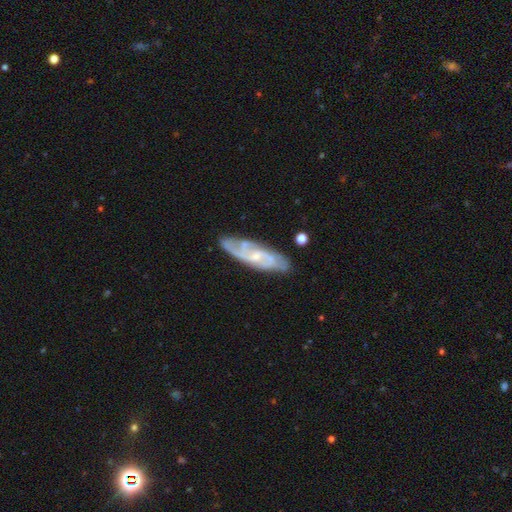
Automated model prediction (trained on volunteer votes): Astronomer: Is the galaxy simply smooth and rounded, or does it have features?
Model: featured or disk — 80%.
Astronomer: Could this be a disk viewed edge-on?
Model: no — 83%.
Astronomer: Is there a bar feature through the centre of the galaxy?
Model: no — 50% (runner-up: weak, 40%).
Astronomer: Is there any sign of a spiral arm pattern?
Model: yes — 94%.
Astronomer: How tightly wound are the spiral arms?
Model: medium — 43%, tied with tight at 43%.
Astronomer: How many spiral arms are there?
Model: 2 — 36% (runner-up: can't tell, 27%).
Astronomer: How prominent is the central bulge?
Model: small — 61%.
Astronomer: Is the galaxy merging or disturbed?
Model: none — 77%.